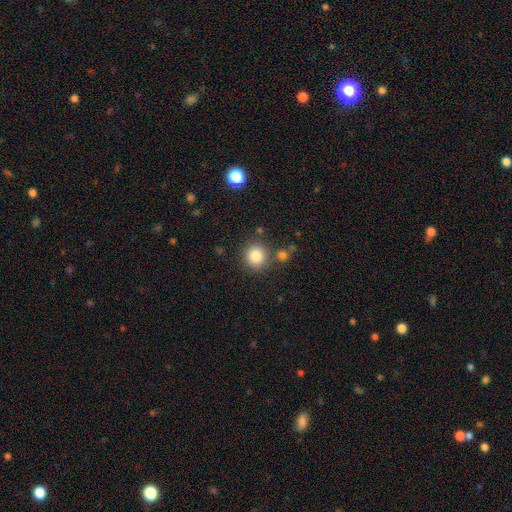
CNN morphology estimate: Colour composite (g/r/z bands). It shows a smooth galaxy with no disk features (84%) that is round (91%). Merging: none (79%).